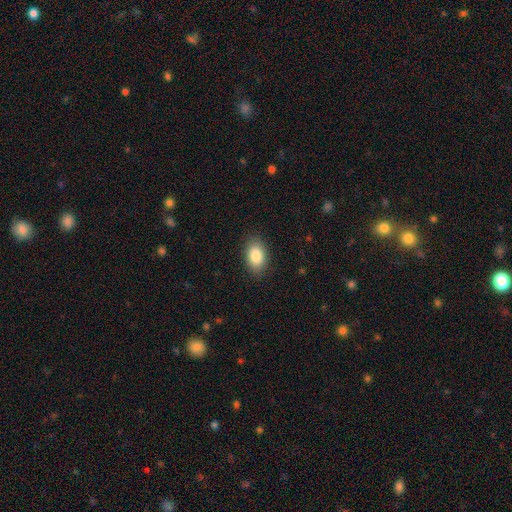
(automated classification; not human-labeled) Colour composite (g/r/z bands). It shows a smooth galaxy with no disk features (87%) that is in between round and cigar-shaped (91%). Merging: none (87%).